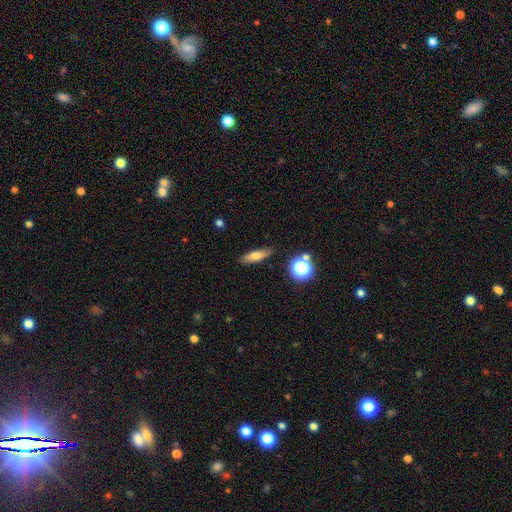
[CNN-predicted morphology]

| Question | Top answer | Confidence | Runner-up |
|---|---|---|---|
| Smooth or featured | smooth | 66% | featured or disk (24%) |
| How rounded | cigar-shaped | 57% | in between (36%) |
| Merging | none | 87% | minor disturbance (9%) |